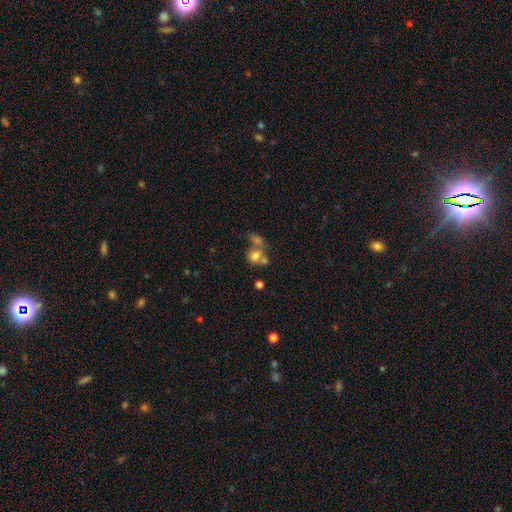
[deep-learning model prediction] smooth-or-featured: smooth: 71% | featured or disk: 17% | star or artifact: 12%
  how-rounded: round: 63% | in between: 36% | cigar-shaped: 1%
  merging: merger: 51% | none: 31% | minor disturbance: 11% | major disturbance: 7%